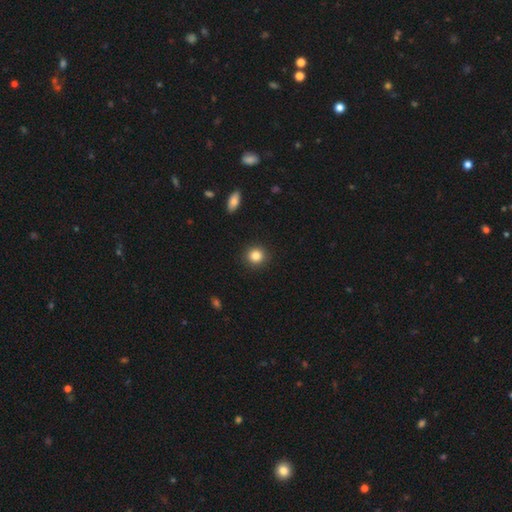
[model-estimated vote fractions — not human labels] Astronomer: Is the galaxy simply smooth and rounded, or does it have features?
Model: smooth — 85%.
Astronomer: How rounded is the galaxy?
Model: round — 89%.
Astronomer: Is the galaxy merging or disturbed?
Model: none — 91%.